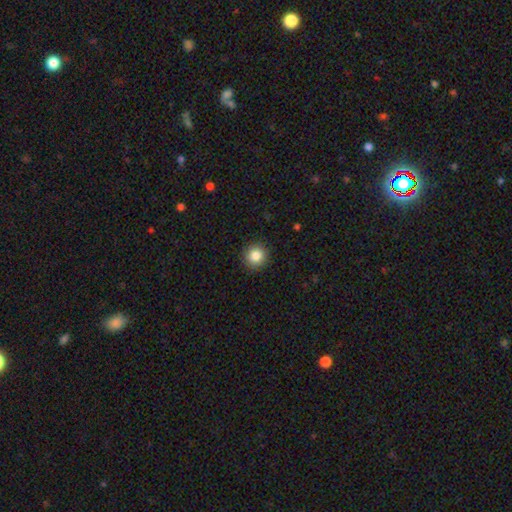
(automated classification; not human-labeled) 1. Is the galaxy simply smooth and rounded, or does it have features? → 84% smooth, 10% star or artifact, 6% featured or disk.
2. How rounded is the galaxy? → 92% round, 7% in between, 1% cigar-shaped.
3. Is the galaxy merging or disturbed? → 92% none, 5% minor disturbance, 2% major disturbance, 1% merger.